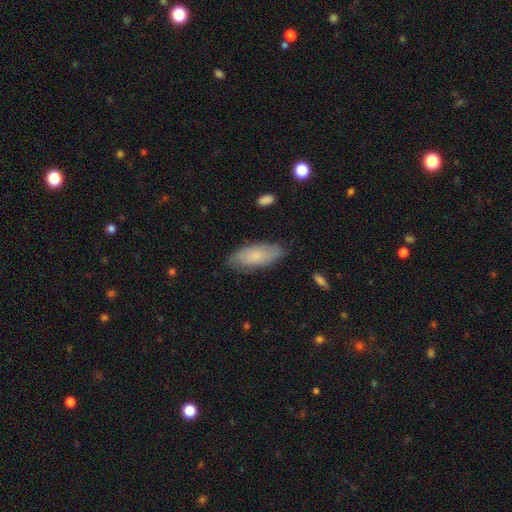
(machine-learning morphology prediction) smooth_or_featured: smooth (p=0.74) [alt: featured or disk p=0.20]
how_rounded: in between (p=0.77) [alt: cigar-shaped p=0.21]
merging: none (p=0.80) [alt: minor disturbance p=0.16]